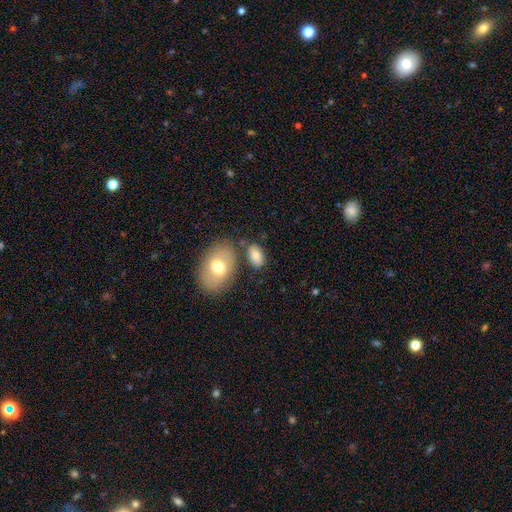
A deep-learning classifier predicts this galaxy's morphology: smooth-or-featured: smooth: 75% | featured or disk: 17% | star or artifact: 8%
  how-rounded: in between: 88% | round: 10% | cigar-shaped: 2%
  merging: none: 68% | minor disturbance: 15% | merger: 13% | major disturbance: 4%